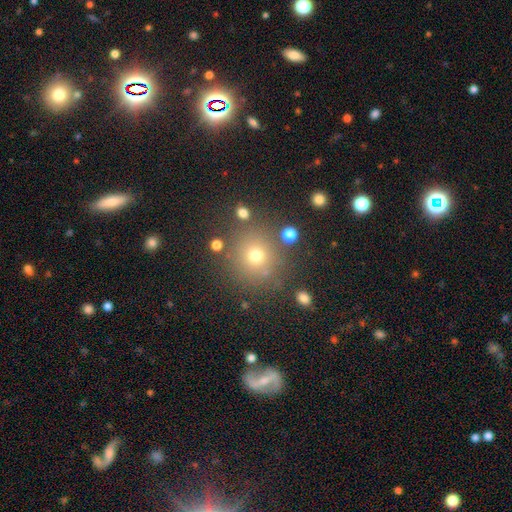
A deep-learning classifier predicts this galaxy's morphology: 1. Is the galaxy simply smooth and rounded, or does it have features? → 69% smooth, 22% star or artifact, 9% featured or disk.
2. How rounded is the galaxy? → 93% round, 6% in between, 1% cigar-shaped.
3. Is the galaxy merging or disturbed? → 83% none, 8% minor disturbance, 5% merger, 4% major disturbance.